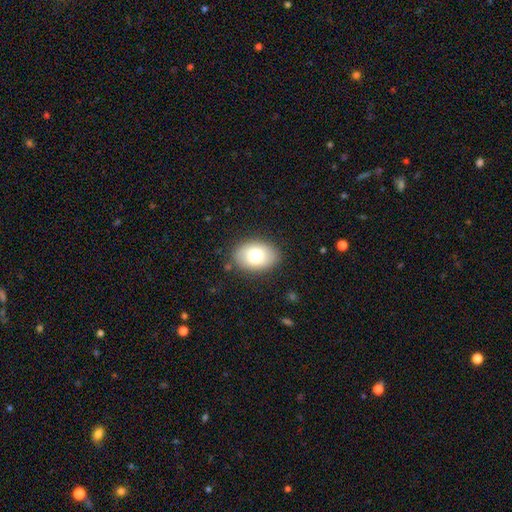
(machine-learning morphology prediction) The model was most divided on "smooth or featured": smooth: 75%, featured or disk: 17%, star or artifact: 8%. More confident: merging — none (86%); how rounded — in between (82%).